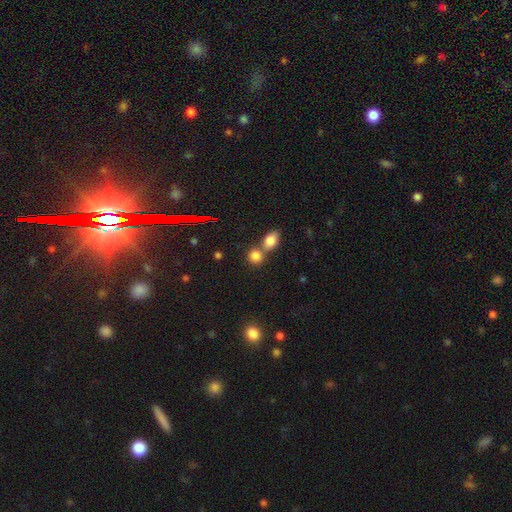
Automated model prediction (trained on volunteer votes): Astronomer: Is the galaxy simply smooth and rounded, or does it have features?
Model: smooth — 80%.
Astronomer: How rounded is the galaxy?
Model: round — 65%.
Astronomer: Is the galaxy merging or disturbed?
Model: merger — 47% (runner-up: none, 44%).